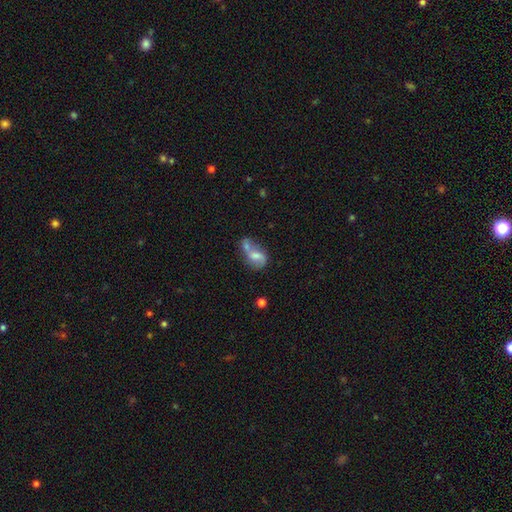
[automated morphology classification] Overall: featured or disk (49%; smooth 42%). Merging: merger (51%; none 26%).